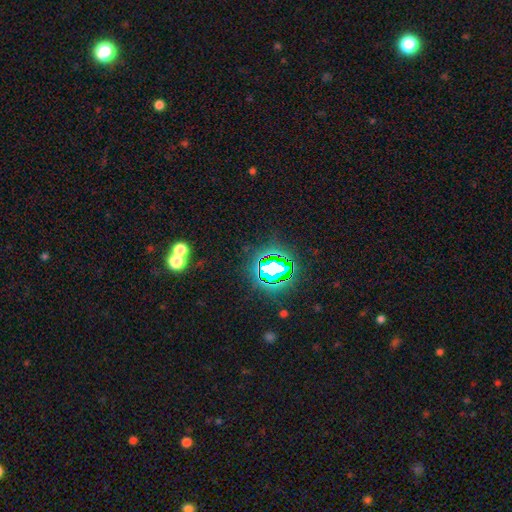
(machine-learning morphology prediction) smooth_or_featured: star or artifact (p=0.81) [alt: smooth p=0.12]